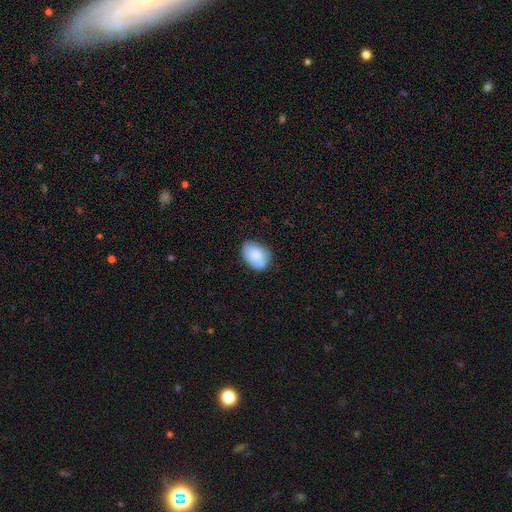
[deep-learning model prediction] Q: Smooth or featured?
A: smooth (75%); runner-up: featured or disk (18%)
Q: How rounded?
A: in between (81%); runner-up: round (18%)
Q: Merging?
A: none (55%); runner-up: minor disturbance (25%)